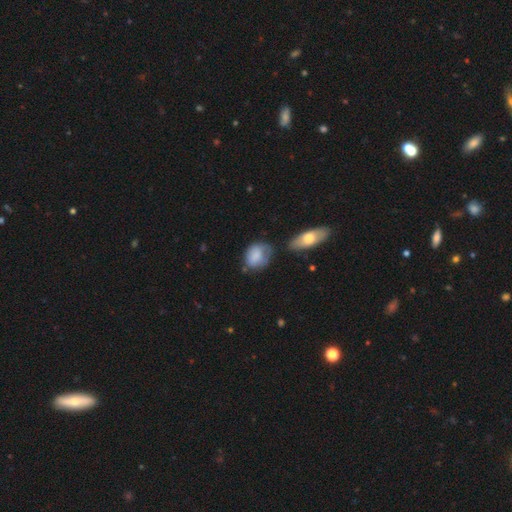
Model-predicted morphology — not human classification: Smooth or featured: smooth — 78% (featured or disk — 15%)
How rounded: in between — 57% (round — 41%)
Merging: none — 44% (minor disturbance — 33%)